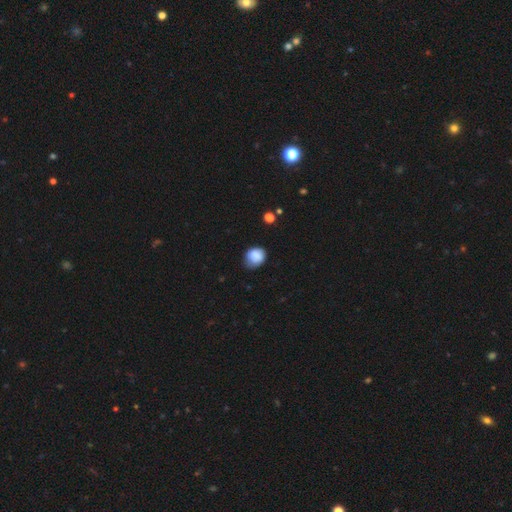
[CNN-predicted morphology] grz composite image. It shows a smooth galaxy with no disk features (84%) that is round (67%). Merging: none (52%).